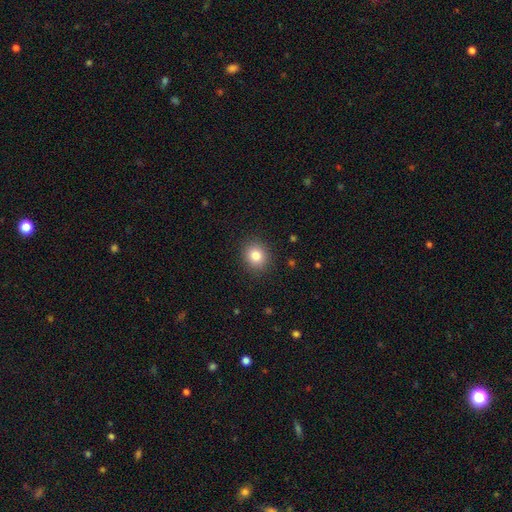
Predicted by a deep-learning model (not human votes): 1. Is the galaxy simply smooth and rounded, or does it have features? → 82% smooth, 11% star or artifact, 7% featured or disk.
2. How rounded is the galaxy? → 79% round, 21% in between, 1% cigar-shaped.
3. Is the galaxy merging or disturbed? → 90% none, 7% minor disturbance, 2% major disturbance, 1% merger.